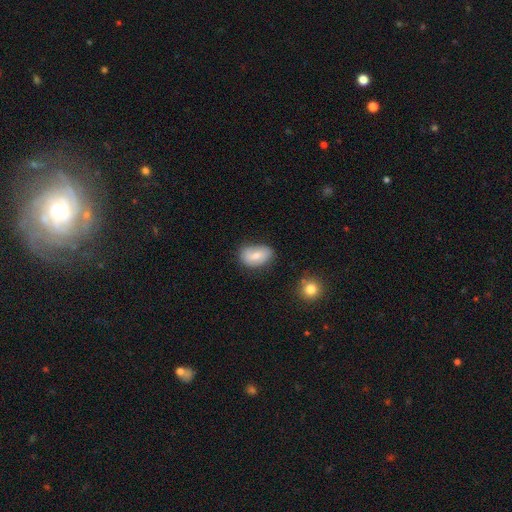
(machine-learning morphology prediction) The model was most divided on "smooth or featured": smooth: 60%, featured or disk: 32%, star or artifact: 7%. More confident: how rounded — in between (84%); merging — none (63%).